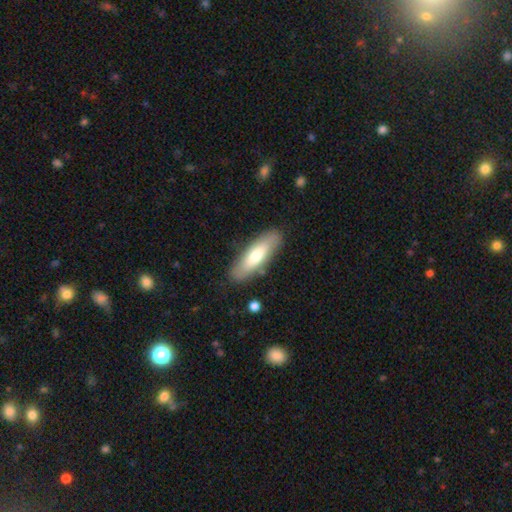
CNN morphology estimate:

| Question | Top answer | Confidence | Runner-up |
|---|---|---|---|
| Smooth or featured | smooth | 67% | featured or disk (27%) |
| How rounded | cigar-shaped | 51% | in between (47%) |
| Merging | none | 85% | minor disturbance (11%) |